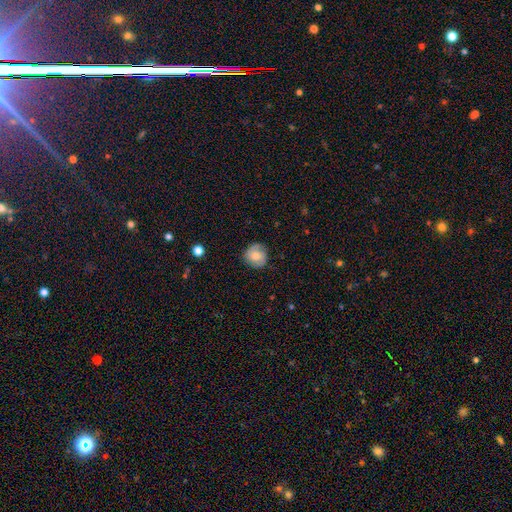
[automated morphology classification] A smooth galaxy with no disk features (54%) that is round (88%). Merging: none (81%).